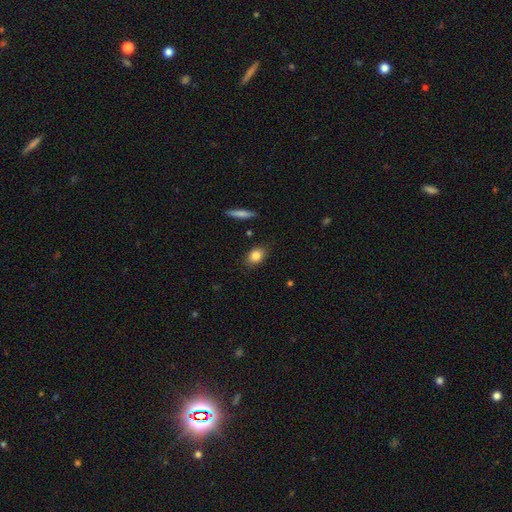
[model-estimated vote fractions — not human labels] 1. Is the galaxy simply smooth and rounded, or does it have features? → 83% smooth, 8% featured or disk, 8% star or artifact.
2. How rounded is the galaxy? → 73% in between, 24% round, 4% cigar-shaped.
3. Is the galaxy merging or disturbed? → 83% none, 13% minor disturbance, 3% major disturbance, 2% merger.